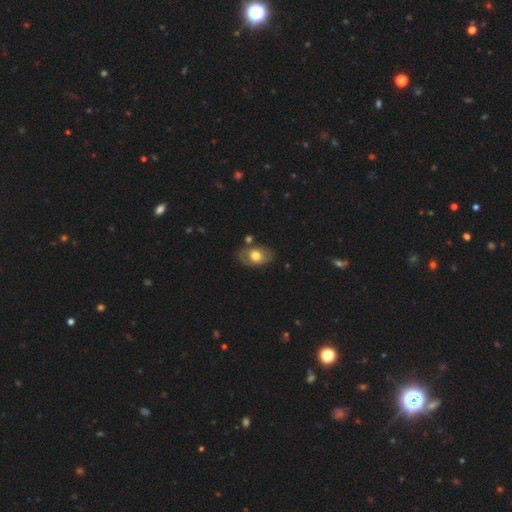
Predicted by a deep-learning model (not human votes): A smooth galaxy with no disk features (63%) that is in between round and cigar-shaped (85%).

Vote fractions:
- Smooth or featured? smooth: 63% / featured or disk: 30% / star or artifact: 7%
- How rounded? in between: 85% / round: 14% / cigar-shaped: 1%
- Merging? none: 71% / minor disturbance: 18% / merger: 6% / major disturbance: 5%